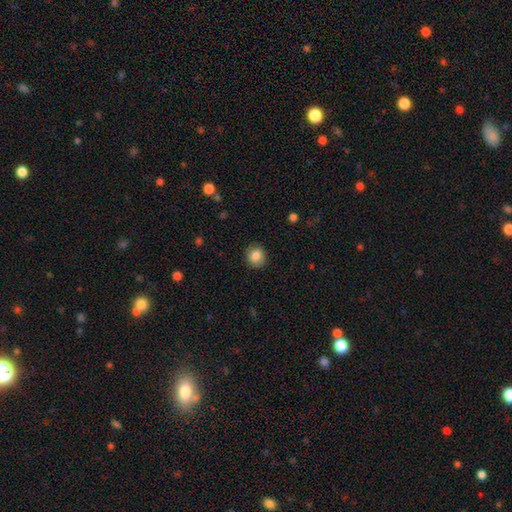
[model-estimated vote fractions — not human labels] Q: Smooth or featured?
A: smooth (85%); runner-up: star or artifact (9%)
Q: How rounded?
A: round (83%); runner-up: in between (16%)
Q: Merging?
A: none (87%); runner-up: minor disturbance (10%)